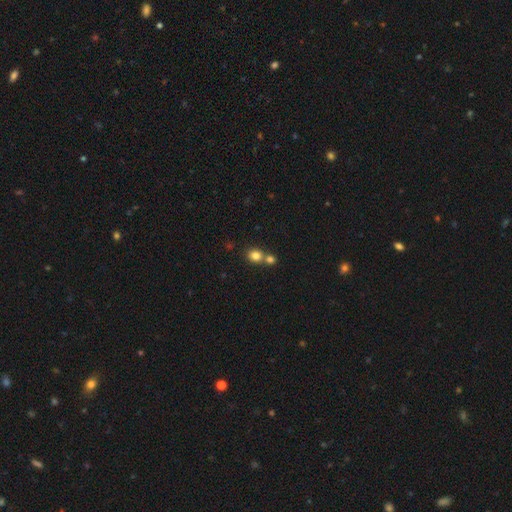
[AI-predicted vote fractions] smooth_or_featured: smooth (p=0.82) [alt: star or artifact p=0.11]
how_rounded: round (p=0.70) [alt: in between p=0.29]
merging: none (p=0.49) [alt: merger p=0.41]